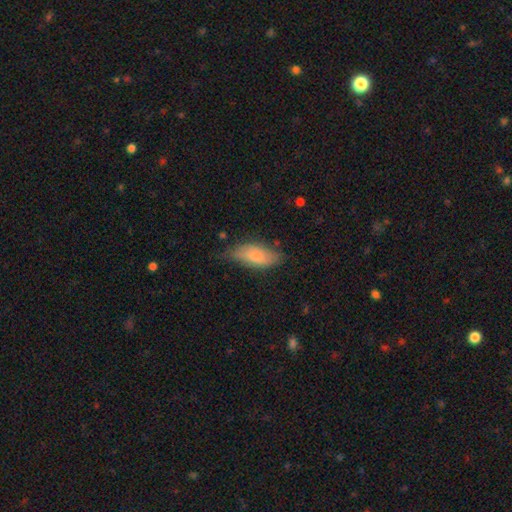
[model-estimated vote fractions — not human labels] Q: Smooth or featured?
A: smooth (78%); runner-up: featured or disk (16%)
Q: How rounded?
A: in between (83%); runner-up: cigar-shaped (15%)
Q: Merging?
A: none (60%); runner-up: minor disturbance (31%)